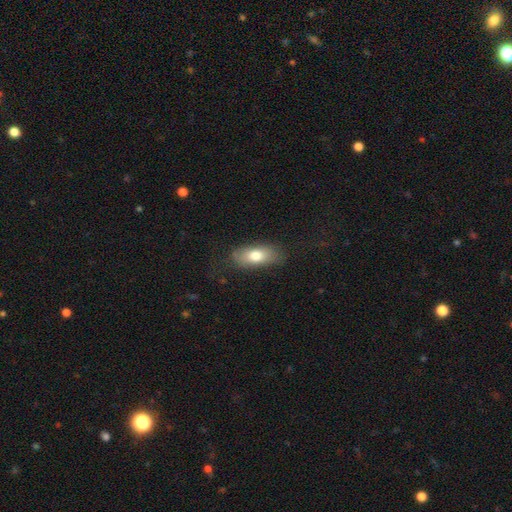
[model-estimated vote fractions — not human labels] A smooth galaxy with no disk features (75%) that is in between round and cigar-shaped (84%).

Vote fractions:
- Smooth or featured? smooth: 75% / featured or disk: 18% / star or artifact: 7%
- How rounded? in between: 84% / cigar-shaped: 11% / round: 5%
- Merging? none: 72% / minor disturbance: 19% / major disturbance: 7% / merger: 1%